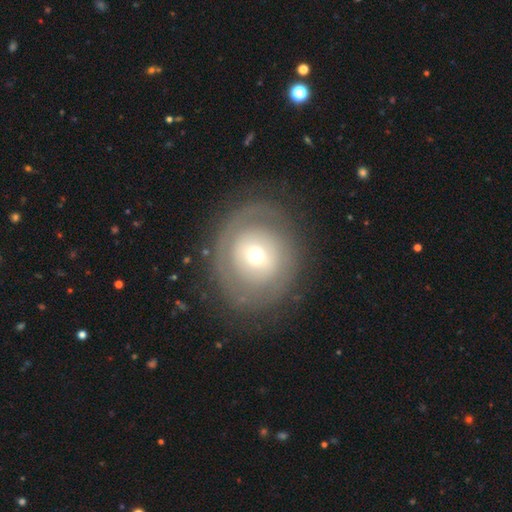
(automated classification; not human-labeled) Smooth or featured? featured or disk (49%)
Merging? none (78%)